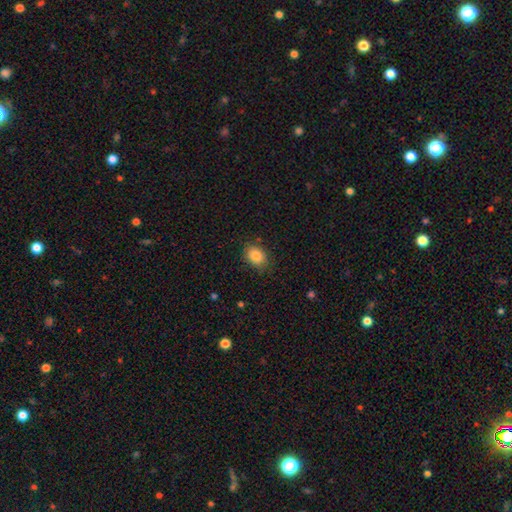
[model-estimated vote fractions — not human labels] Smooth or featured?
  - smooth: 85% *
  - star or artifact: 9%
  - featured or disk: 7%
How rounded?
  - in between: 61% *
  - round: 38%
  - cigar-shaped: 1%
Merging?
  - none: 84% *
  - minor disturbance: 12%
  - major disturbance: 3%
  - merger: 1%